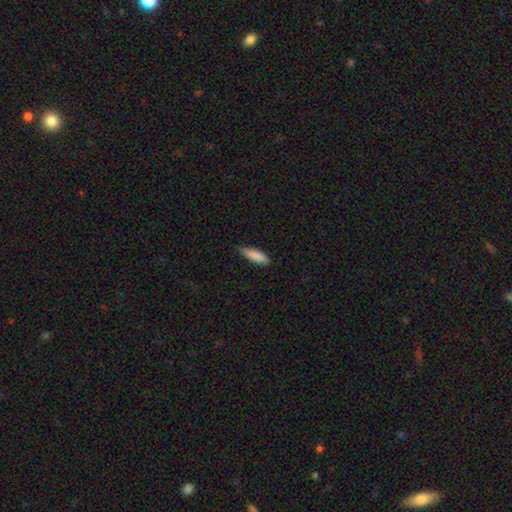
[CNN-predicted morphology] A smooth galaxy with no disk features (87%) that is cigar-shaped (63%).

Vote fractions:
- Smooth or featured? smooth: 87% / featured or disk: 7% / star or artifact: 6%
- How rounded? cigar-shaped: 63% / in between: 36% / round: 1%
- Merging? none: 81% / minor disturbance: 16% / major disturbance: 2% / merger: 1%